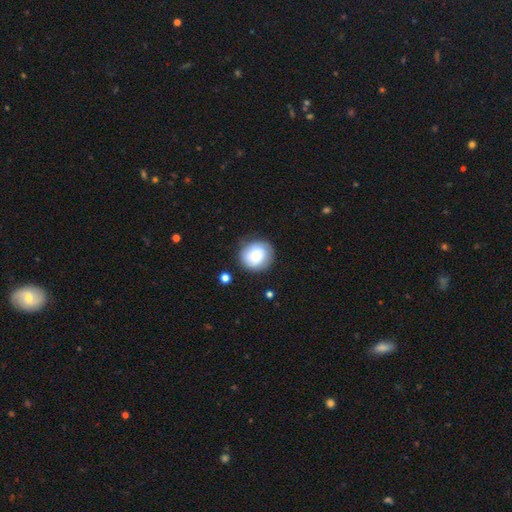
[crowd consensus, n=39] Morphology: type=smooth (62%); roundness=round (88%); merging=none (82%).